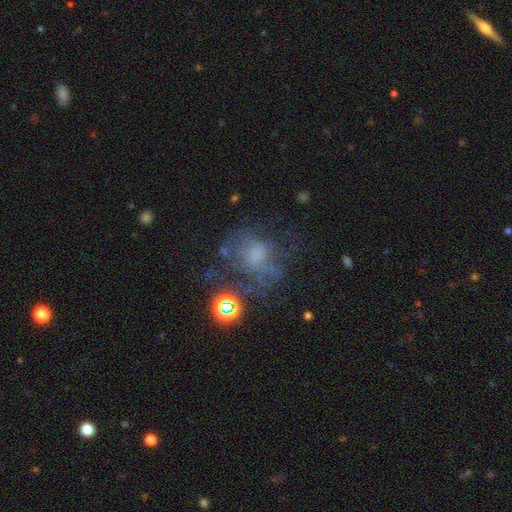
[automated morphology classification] A featured or disk galaxy (41%). Merging: none (46%).